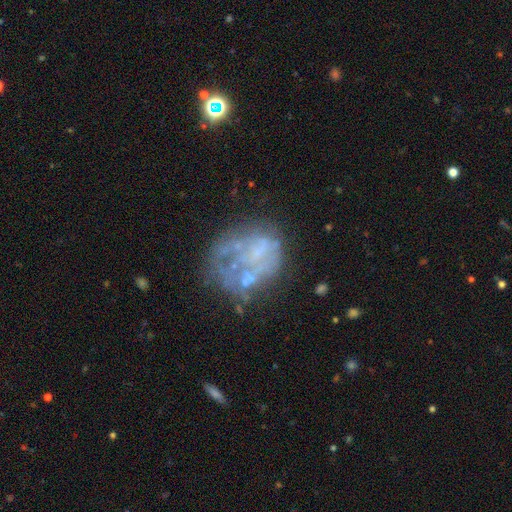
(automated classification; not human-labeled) Morphology: type=featured or disk (63%); edge-on=no (98%); bar=no (88%); spiral arms=no (86%); bulge=none (71%); merging=none (43%).